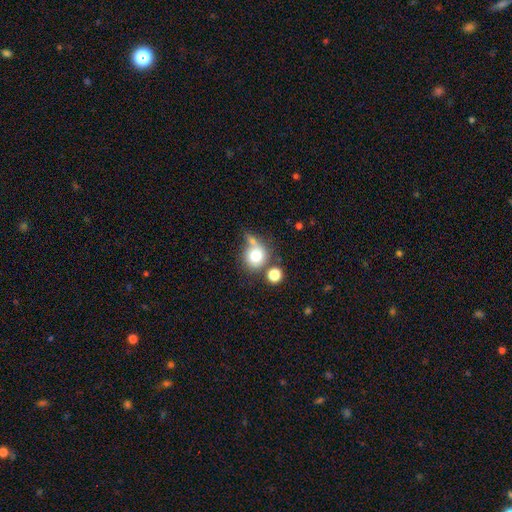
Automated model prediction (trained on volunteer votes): This is likely a smooth galaxy (75%). How rounded: clearly round (84%). Merging: possibly none (49%).